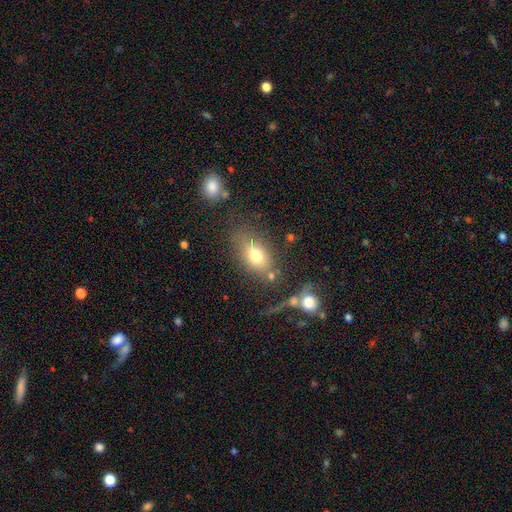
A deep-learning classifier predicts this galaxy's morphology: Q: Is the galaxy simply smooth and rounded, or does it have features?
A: smooth — 73%.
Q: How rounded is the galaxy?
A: in between — 81%.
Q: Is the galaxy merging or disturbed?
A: none — 62%.